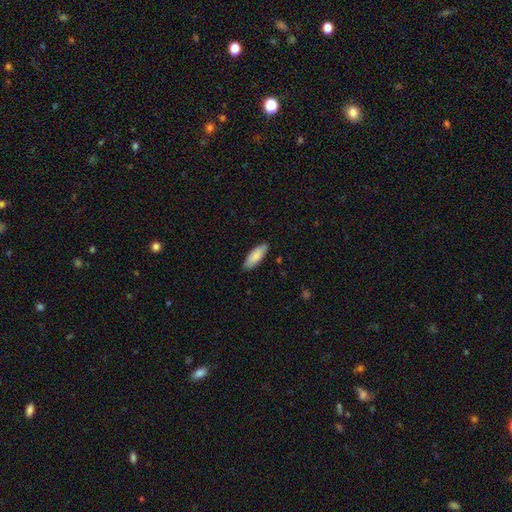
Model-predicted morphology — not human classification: A smooth galaxy with no disk features (86%) that is in between round and cigar-shaped (70%).

Vote fractions:
- Smooth or featured? smooth: 86% / featured or disk: 9% / star or artifact: 5%
- How rounded? in between: 70% / cigar-shaped: 28% / round: 1%
- Merging? none: 86% / minor disturbance: 11% / major disturbance: 2% / merger: 1%